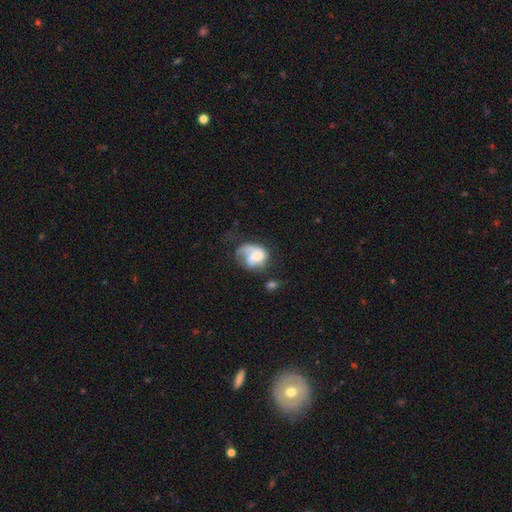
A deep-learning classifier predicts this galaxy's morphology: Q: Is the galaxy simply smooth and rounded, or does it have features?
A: featured or disk — 47%.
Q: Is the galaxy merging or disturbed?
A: major disturbance — 41%.